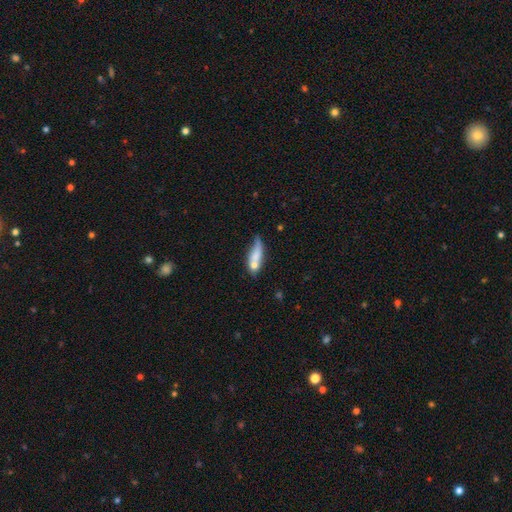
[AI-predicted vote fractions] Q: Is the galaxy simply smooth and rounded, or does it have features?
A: smooth — 66%.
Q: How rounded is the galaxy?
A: in between — 52%.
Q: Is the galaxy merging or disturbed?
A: none — 31%, tied with merger.